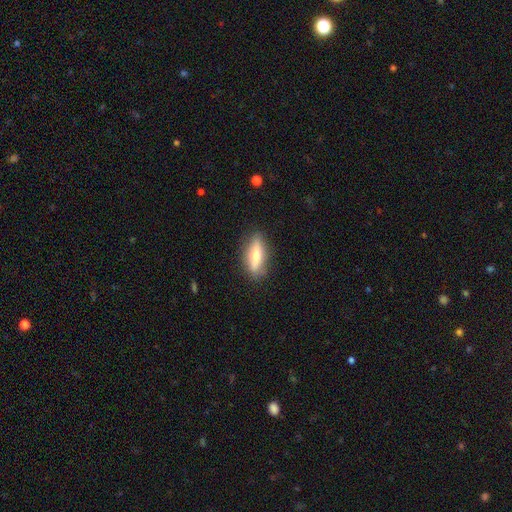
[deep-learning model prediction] A smooth galaxy with no disk features (56%) that is cigar-shaped (56%). Merging: none (86%).